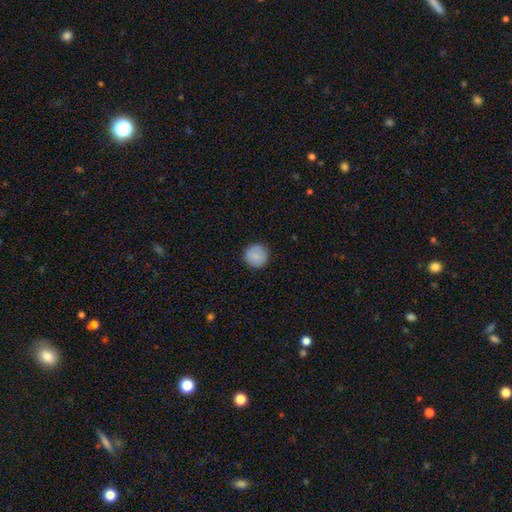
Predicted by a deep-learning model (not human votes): Overall: smooth (83%). How rounded: round (94%). Merging: none (89%).